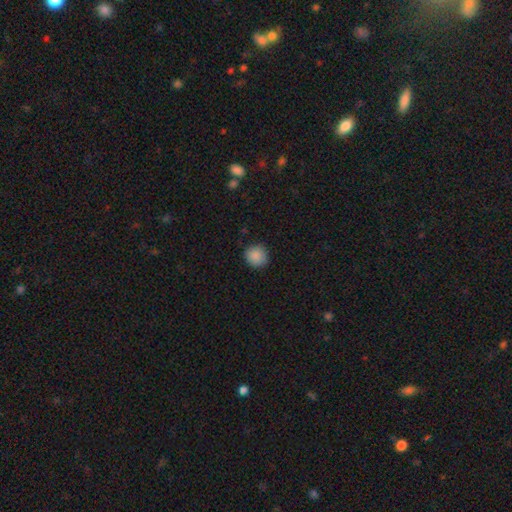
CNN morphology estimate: Q: Smooth or featured?
A: smooth (88%); runner-up: star or artifact (9%)
Q: How rounded?
A: round (90%); runner-up: in between (9%)
Q: Merging?
A: none (86%); runner-up: minor disturbance (10%)